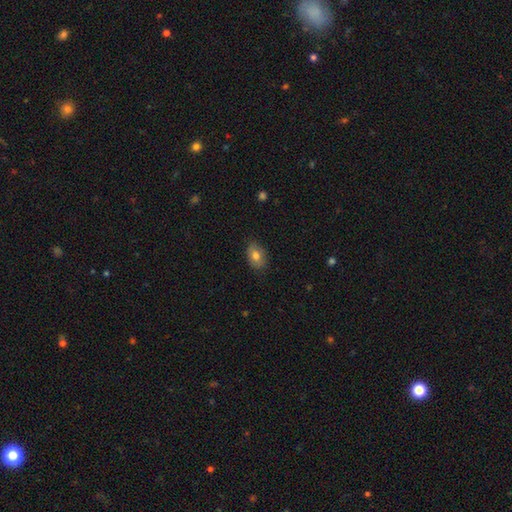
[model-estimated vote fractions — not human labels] This appears to be a smooth galaxy with no disk features (77%) that is in between round and cigar-shaped (84%). Merging: none (82%).